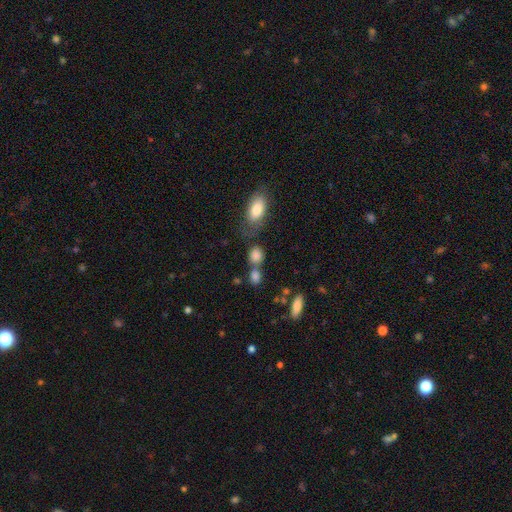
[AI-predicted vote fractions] smooth_or_featured: smooth (p=0.84) [alt: star or artifact p=0.10]
how_rounded: round (p=0.59) [alt: in between p=0.38]
merging: none (p=0.45) [alt: merger p=0.37]